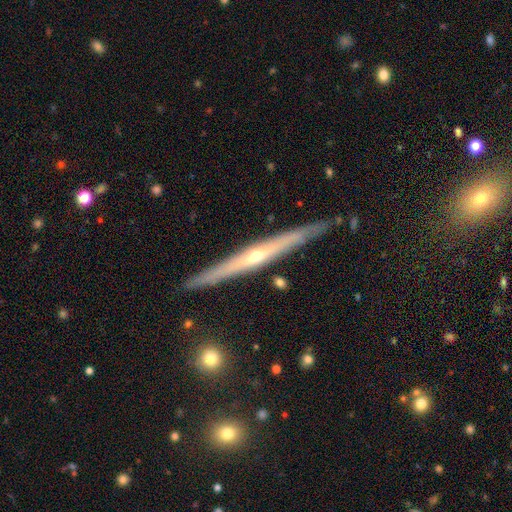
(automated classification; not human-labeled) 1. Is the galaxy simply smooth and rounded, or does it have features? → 79% featured or disk, 14% smooth, 6% star or artifact.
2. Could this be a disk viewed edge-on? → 96% yes, 4% no.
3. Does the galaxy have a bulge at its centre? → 70% rounded, 27% none, 3% boxy.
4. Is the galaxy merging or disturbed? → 87% none, 10% minor disturbance, 2% major disturbance, 2% merger.